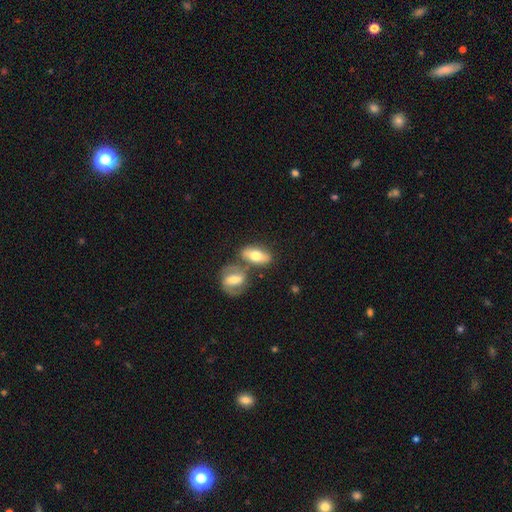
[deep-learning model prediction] smooth 62%, featured or disk 33%, star or artifact 6%. Down the decision tree: how rounded — in between (82%); merging — none (52%).